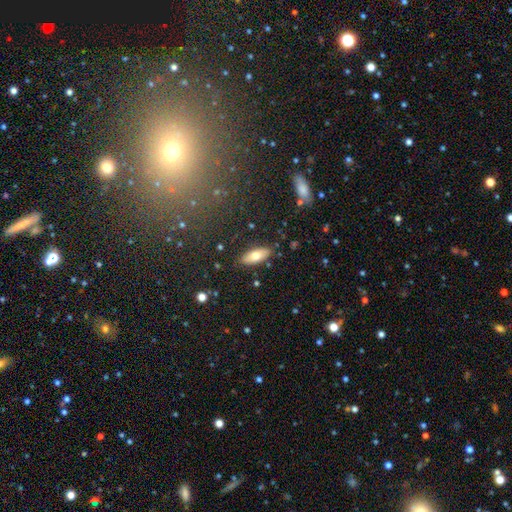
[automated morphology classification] A smooth galaxy with no disk features (73%) that is in between round and cigar-shaped (82%). Merging: none (86%).